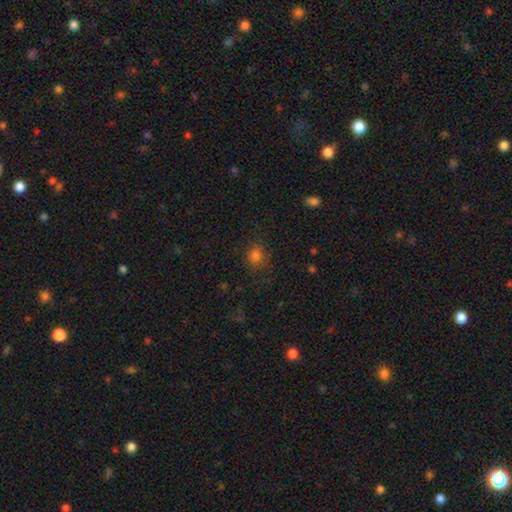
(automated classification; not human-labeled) Smooth or featured?
  - smooth: 80% *
  - star or artifact: 15%
  - featured or disk: 5%
How rounded?
  - round: 79% *
  - in between: 20%
  - cigar-shaped: 1%
Merging?
  - none: 83% *
  - minor disturbance: 12%
  - major disturbance: 4%
  - merger: 1%